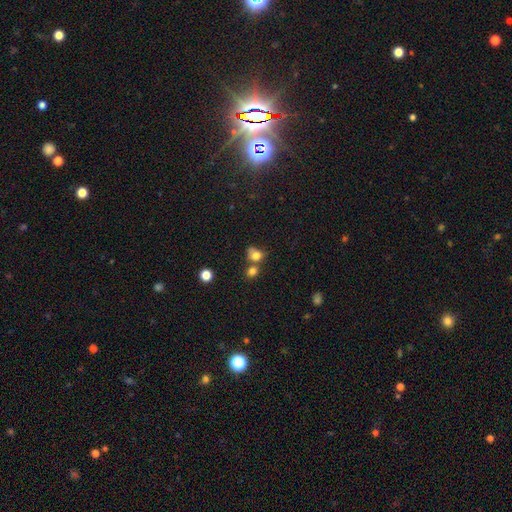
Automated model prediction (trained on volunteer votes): Morphology: type=smooth (78%); roundness=round (60%); merging=none (40%).